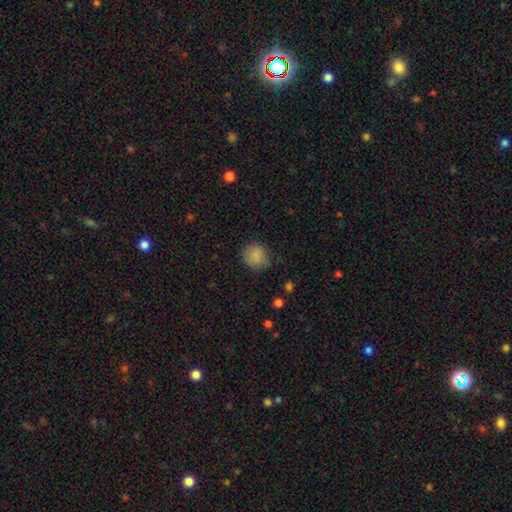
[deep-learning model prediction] Q: Smooth or featured?
A: smooth (85%); runner-up: star or artifact (9%)
Q: How rounded?
A: round (84%); runner-up: in between (15%)
Q: Merging?
A: none (78%); runner-up: minor disturbance (16%)